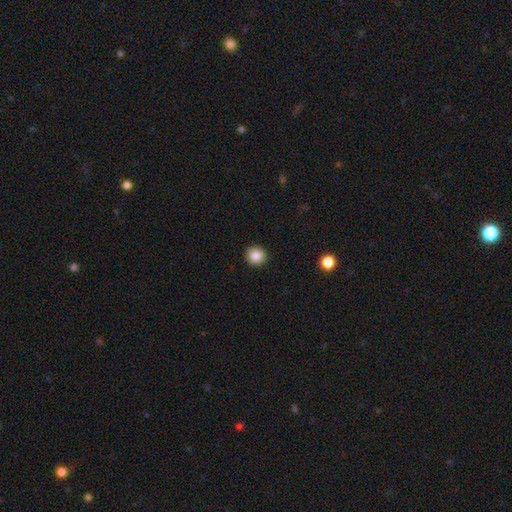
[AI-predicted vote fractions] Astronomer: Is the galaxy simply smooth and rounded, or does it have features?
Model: smooth — 85%.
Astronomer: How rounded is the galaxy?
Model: round — 93%.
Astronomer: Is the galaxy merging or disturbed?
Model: none — 93%.